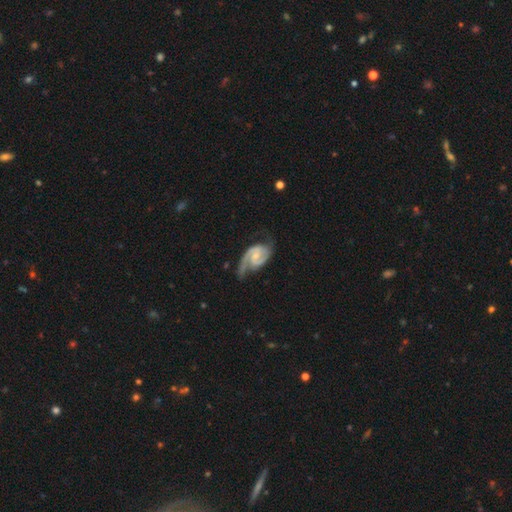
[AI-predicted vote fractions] This is clearly a featured or disk galaxy (89%). It is clearly not viewed edge-on (98%). Bar: possibly weak (46%). Spiral arm pattern: clearly yes (98%). Spiral arm count: clearly 2 (88%). Spiral winding: possibly medium (52%). Central bulge: possibly small (55%). Merging: likely none (62%).